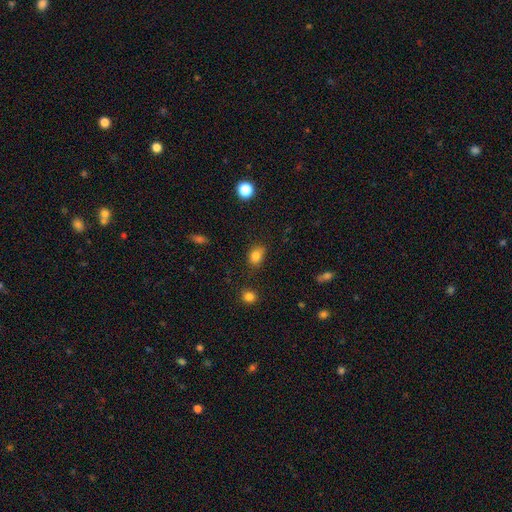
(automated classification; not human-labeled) Overall: smooth (82%). How rounded: in between (67%; round 31%). Merging: none (75%).